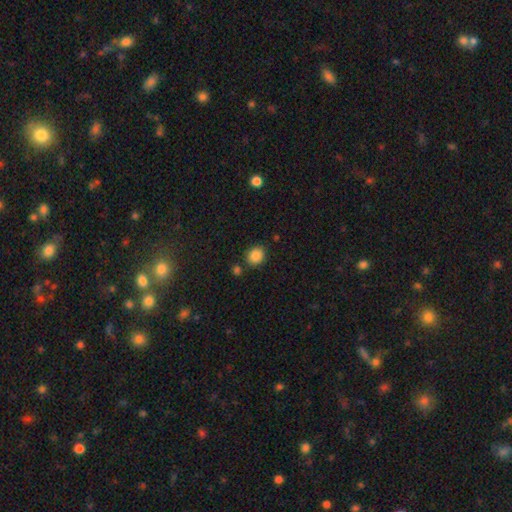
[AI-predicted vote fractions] Overall: smooth (86%). How rounded: round (68%; in between 31%). Merging: none (80%).